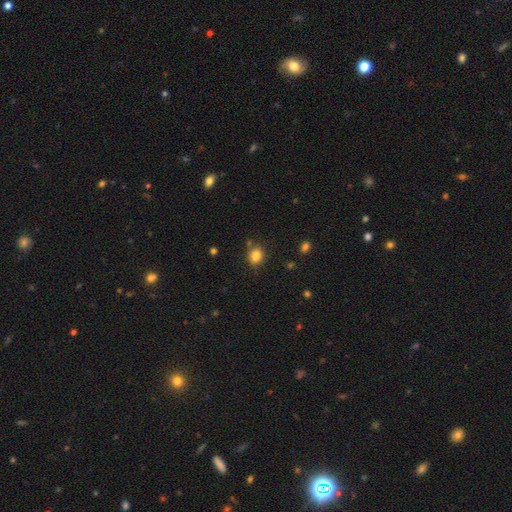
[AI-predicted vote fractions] A smooth galaxy with no disk features (82%) that is round (69%).

Vote fractions:
- Smooth or featured? smooth: 82% / star or artifact: 12% / featured or disk: 6%
- How rounded? round: 69% / in between: 30% / cigar-shaped: 1%
- Merging? none: 80% / minor disturbance: 12% / merger: 6% / major disturbance: 3%